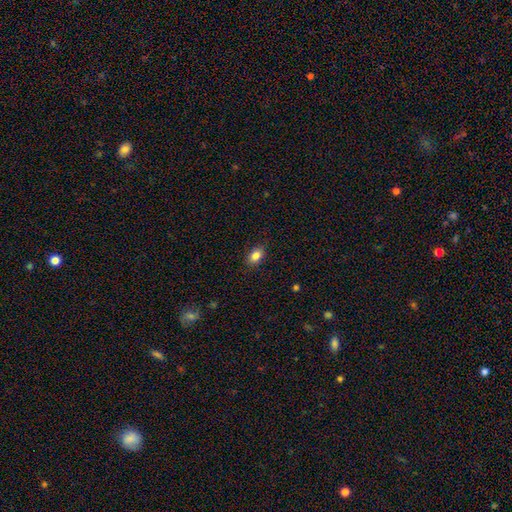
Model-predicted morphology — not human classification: A smooth galaxy with no disk features (83%) that is in between round and cigar-shaped (81%).

Vote fractions:
- Smooth or featured? smooth: 83% / star or artifact: 9% / featured or disk: 8%
- How rounded? in between: 81% / round: 17% / cigar-shaped: 2%
- Merging? none: 86% / minor disturbance: 11% / major disturbance: 2% / merger: 1%